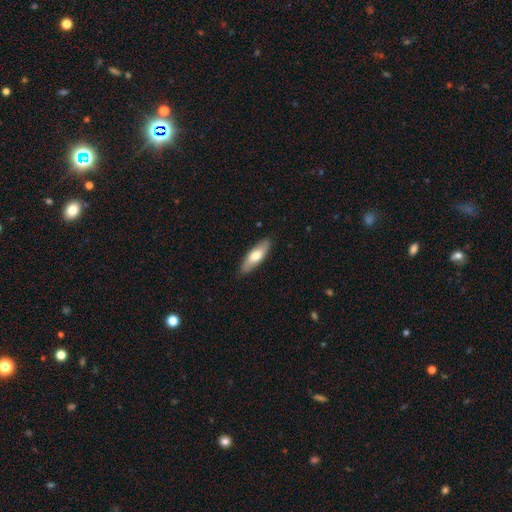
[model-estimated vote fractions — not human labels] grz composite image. It shows a smooth galaxy with no disk features (67%) that is in between round and cigar-shaped (53%). Merging: none (88%).